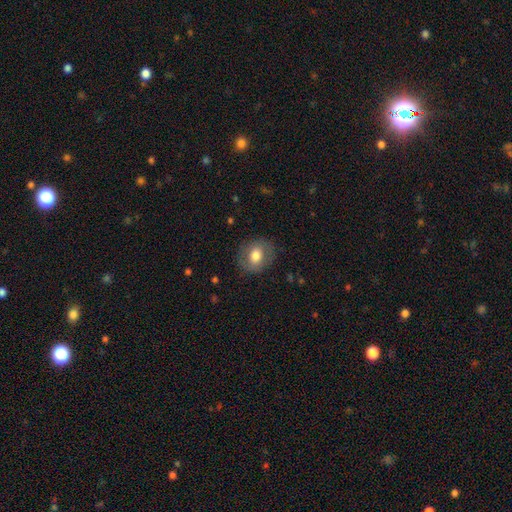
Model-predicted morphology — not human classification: type=smooth (71%); roundness=round (62%); merging=none (83%).